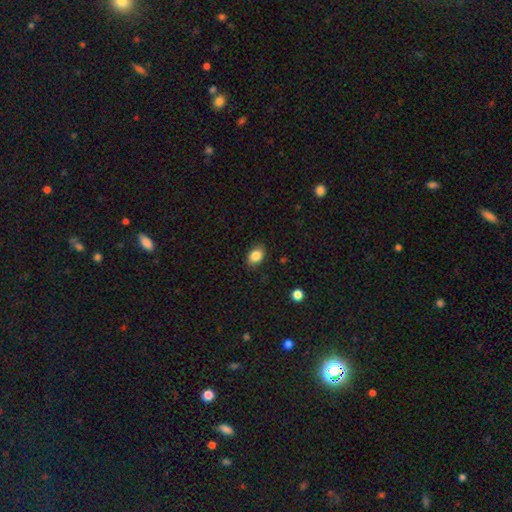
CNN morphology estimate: Smooth or featured: smooth — 86% (star or artifact — 9%)
How rounded: in between — 75% (round — 24%)
Merging: none — 85% (minor disturbance — 11%)